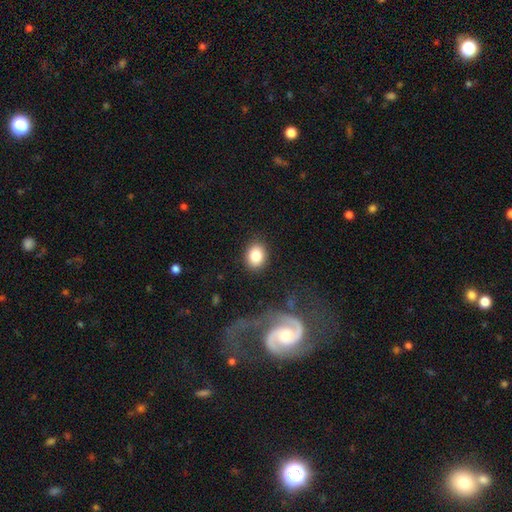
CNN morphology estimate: The model was most divided on "how rounded": in between: 53%, round: 46%, cigar-shaped: 1%. More confident: merging — none (87%); smooth or featured — smooth (85%).